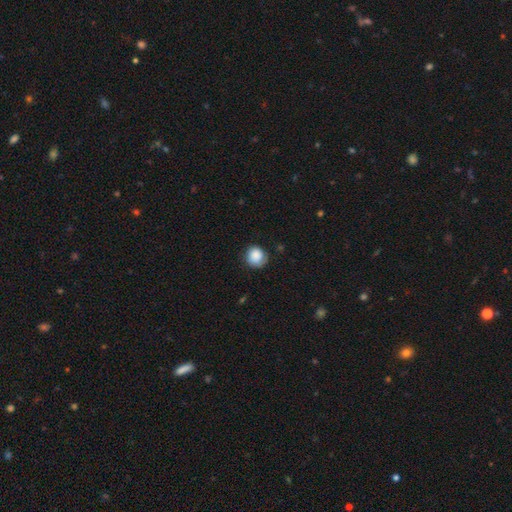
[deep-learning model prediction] The model was most divided on "merging": none: 72%, minor disturbance: 21%, major disturbance: 6%, merger: 1%. More confident: how rounded — round (86%); smooth or featured — smooth (84%).